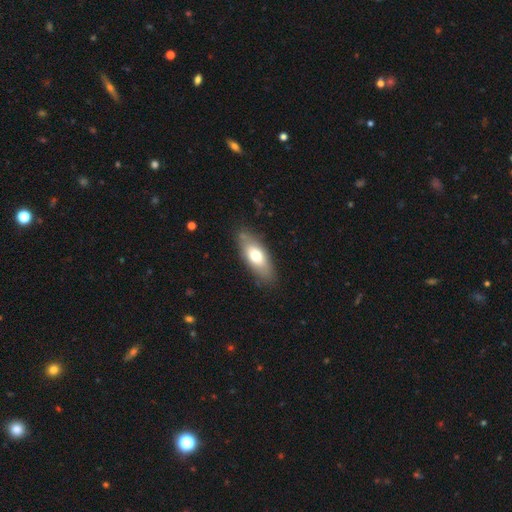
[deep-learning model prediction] The model was most divided on "smooth or featured": smooth: 65%, featured or disk: 28%, star or artifact: 6%. More confident: merging — none (81%); how rounded — in between (78%).